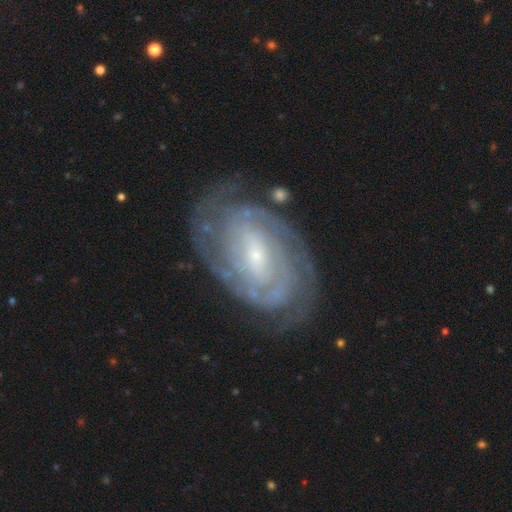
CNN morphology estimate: This is clearly a featured or disk galaxy (88%). It is clearly not viewed edge-on (96%). Bar: marginally weak (43%). Spiral arm pattern: clearly yes (97%). Spiral arm count: marginally can't tell (30%). Spiral winding: likely tight (78%). Central bulge: likely small (74%). Merging: likely none (77%).